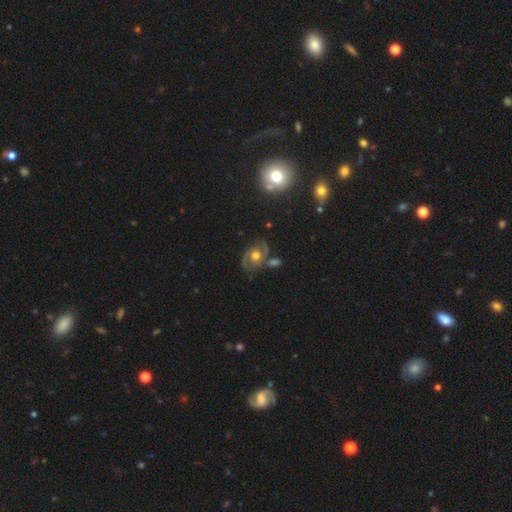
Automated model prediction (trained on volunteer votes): Q: Smooth or featured?
A: featured or disk (71%); runner-up: smooth (18%)
Q: Edge-on disk?
A: no (96%); runner-up: yes (4%)
Q: Bar?
A: no (76%); runner-up: weak (19%)
Q: Spiral arms?
A: yes (85%); runner-up: no (15%)
Q: Spiral winding?
A: medium (51%); runner-up: tight (30%)
Q: Spiral arm count?
A: 2 (82%); runner-up: can't tell (8%)
Q: Bulge size?
A: moderate (70%); runner-up: large (19%)
Q: Merging?
A: none (64%); runner-up: minor disturbance (18%)